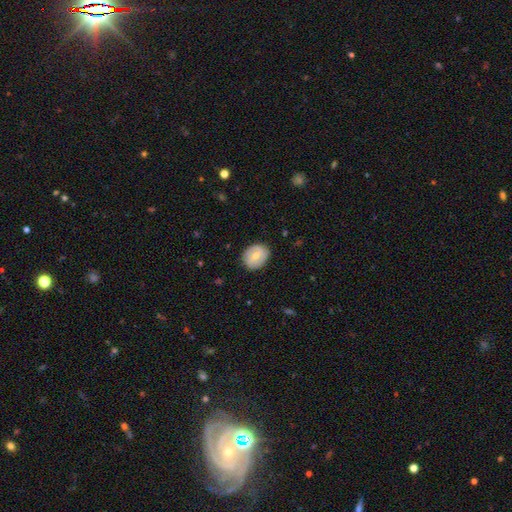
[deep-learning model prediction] This is possibly a smooth galaxy (49%). Merging: clearly none (81%).